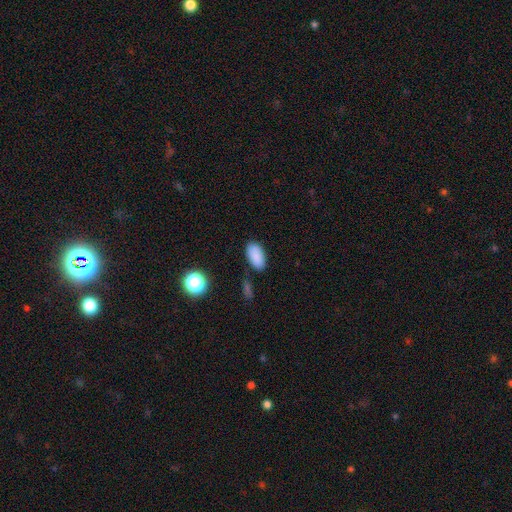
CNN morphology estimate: The model was most divided on "merging": none: 81%, minor disturbance: 12%, merger: 4%, major disturbance: 3%. More confident: how rounded — in between (94%); smooth or featured — smooth (87%).